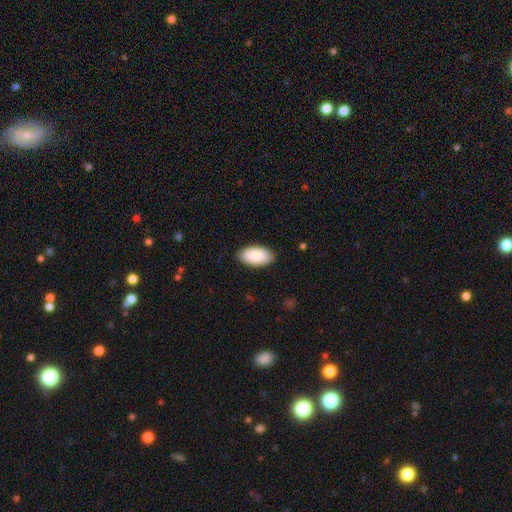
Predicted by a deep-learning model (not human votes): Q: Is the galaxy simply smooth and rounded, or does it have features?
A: smooth — 88%.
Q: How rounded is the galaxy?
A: in between — 96%.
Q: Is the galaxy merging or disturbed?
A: none — 86%.